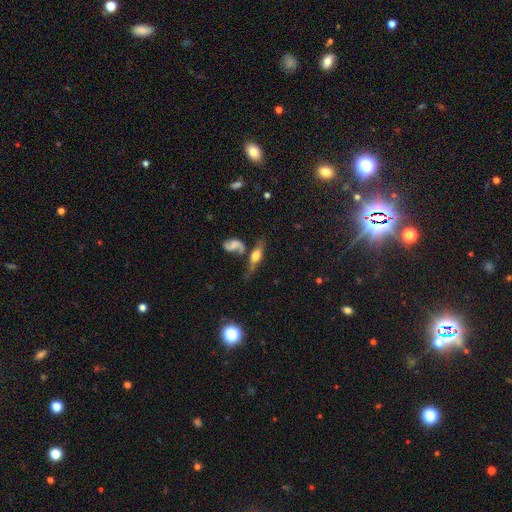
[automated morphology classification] A smooth galaxy with no disk features (46%).

Vote fractions:
- Smooth or featured? smooth: 46% / featured or disk: 43% / star or artifact: 11%
- Merging? none: 37% / merger: 26% / minor disturbance: 20% / major disturbance: 18%